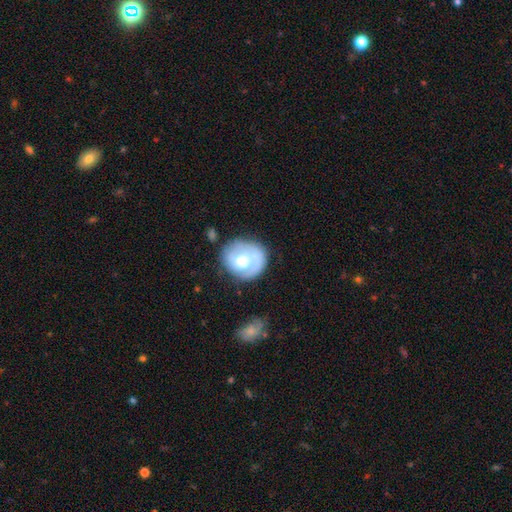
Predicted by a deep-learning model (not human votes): smooth-or-featured: featured or disk: 57% | smooth: 37% | star or artifact: 6%
  disk-edge-on: no: 97% | yes: 3%
    bar: no: 71% | weak: 24% | strong: 5%
    has-spiral-arms: yes: 72% | no: 28%
    bulge-size: moderate: 59% | large: 23% | small: 13% | none: 3% | dominant: 2%
  merging: none: 68% | minor disturbance: 19% | major disturbance: 9% | merger: 3%